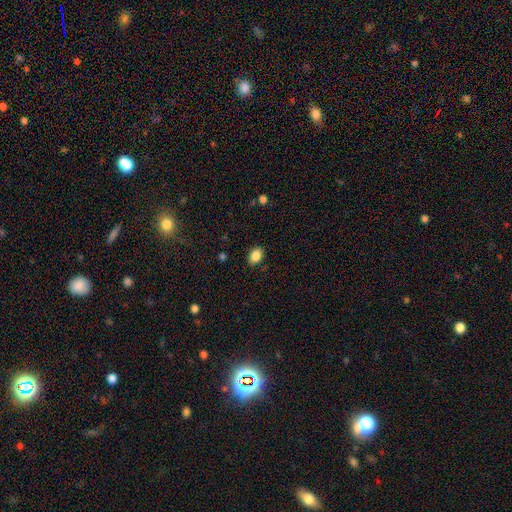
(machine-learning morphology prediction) This appears to be a smooth galaxy with no disk features (87%) that is in between round and cigar-shaped (78%). Merging: none (85%).